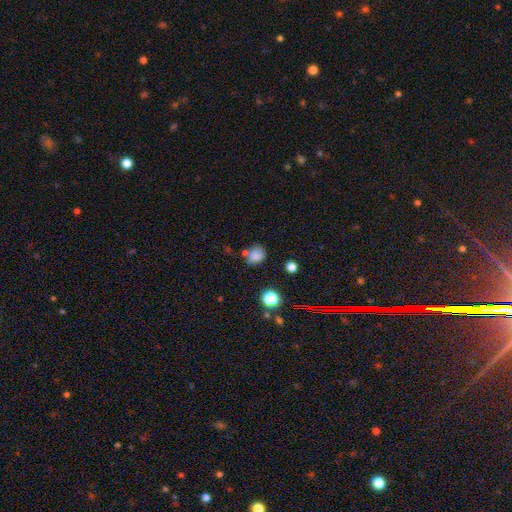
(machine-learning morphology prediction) Q: Smooth or featured?
A: smooth (79%); runner-up: star or artifact (14%)
Q: How rounded?
A: round (62%); runner-up: in between (37%)
Q: Merging?
A: none (59%); runner-up: minor disturbance (19%)